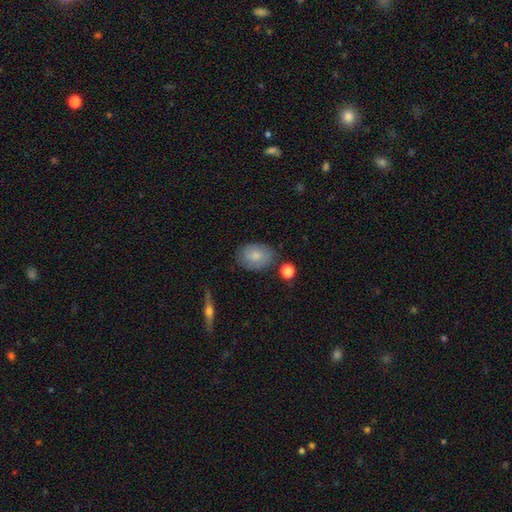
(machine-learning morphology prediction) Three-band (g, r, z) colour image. It shows a smooth galaxy with no disk features (78%) that is in between round and cigar-shaped (74%). Merging: none (74%).